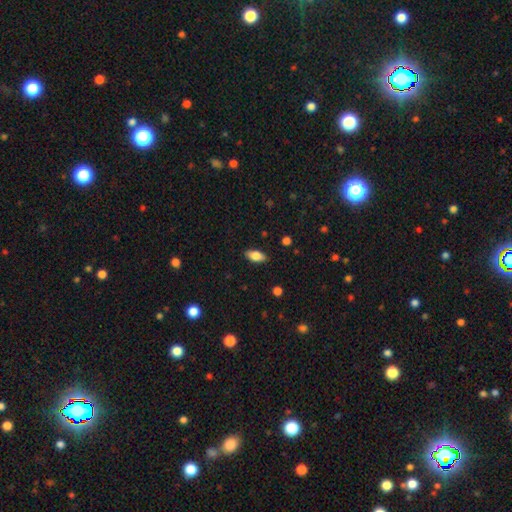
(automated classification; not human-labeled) This is clearly a smooth galaxy (83%). How rounded: clearly in between (90%). Merging: clearly none (87%).